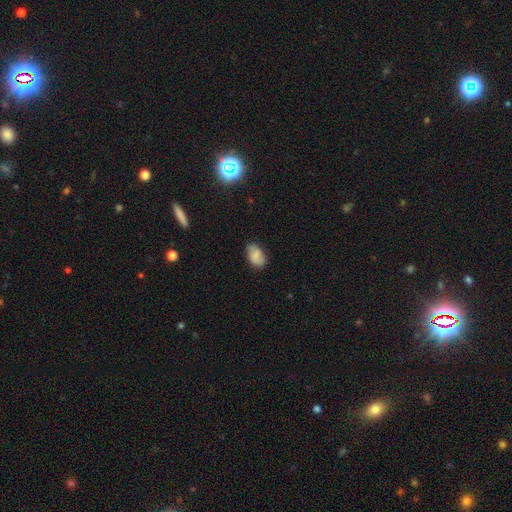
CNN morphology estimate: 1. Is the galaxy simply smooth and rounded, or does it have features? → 68% smooth, 23% featured or disk, 9% star or artifact.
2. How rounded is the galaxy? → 89% in between, 9% round, 2% cigar-shaped.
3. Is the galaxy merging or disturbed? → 74% none, 21% minor disturbance, 4% major disturbance, 1% merger.